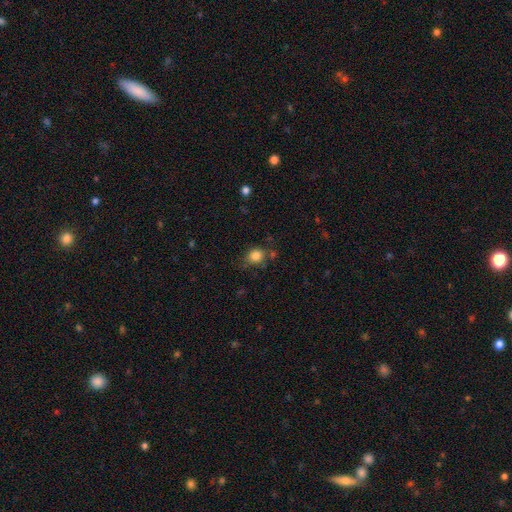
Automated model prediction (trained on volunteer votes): Smooth or featured? smooth (83%)
How rounded? round (62%)
Merging? none (67%)